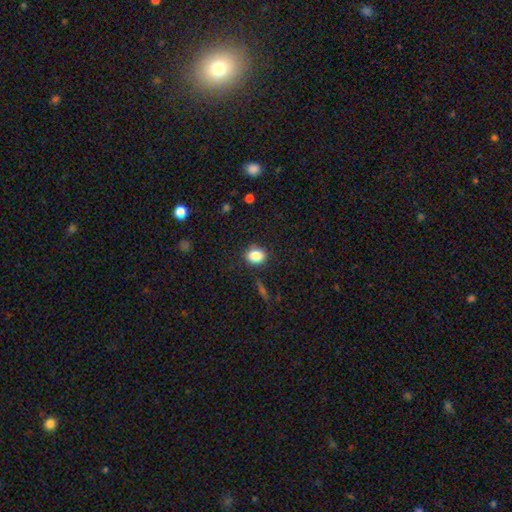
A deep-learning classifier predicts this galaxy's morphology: smooth_or_featured: smooth (p=0.84) [alt: star or artifact p=0.10]
how_rounded: in between (p=0.53) [alt: round p=0.46]
merging: none (p=0.83) [alt: minor disturbance p=0.12]